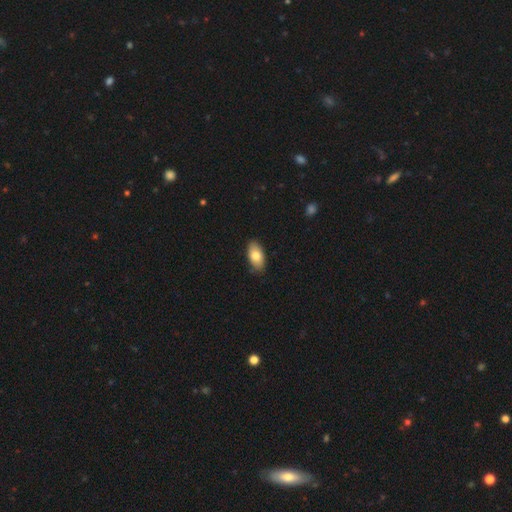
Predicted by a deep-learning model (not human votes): Smooth or featured: smooth — 79% (featured or disk — 15%)
How rounded: in between — 93% (round — 3%)
Merging: none — 87% (minor disturbance — 10%)